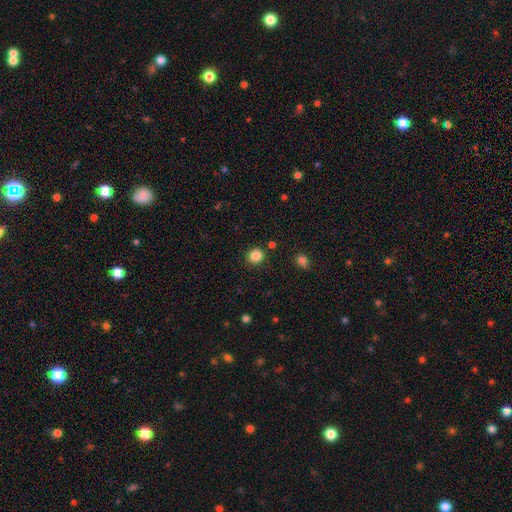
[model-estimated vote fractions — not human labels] Smooth or featured?
  - smooth: 85% *
  - star or artifact: 11%
  - featured or disk: 4%
How rounded?
  - round: 84% *
  - in between: 15%
  - cigar-shaped: 1%
Merging?
  - none: 88% *
  - minor disturbance: 7%
  - merger: 3%
  - major disturbance: 2%